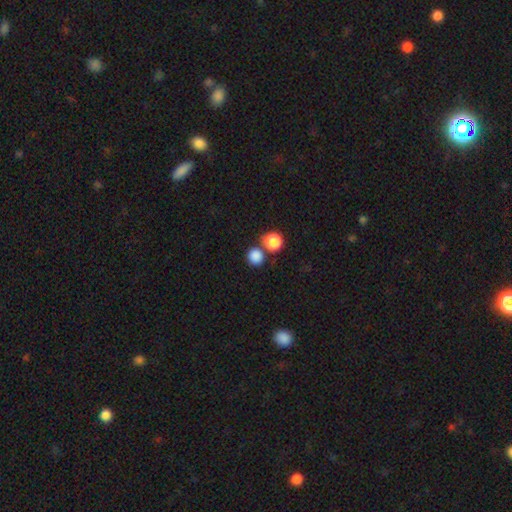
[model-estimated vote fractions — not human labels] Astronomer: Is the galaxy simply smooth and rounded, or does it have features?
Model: smooth — 85%.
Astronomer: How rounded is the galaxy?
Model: round — 90%.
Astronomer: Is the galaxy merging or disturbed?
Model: none — 62%.